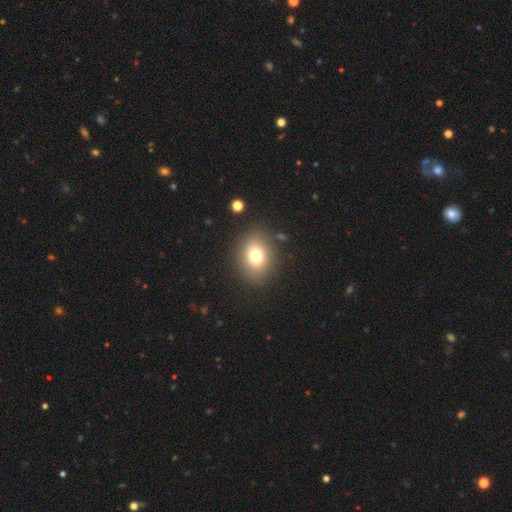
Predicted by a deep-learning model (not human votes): A smooth galaxy with no disk features (75%) that is round (51%).

Vote fractions:
- Smooth or featured? smooth: 75% / star or artifact: 13% / featured or disk: 12%
- How rounded? round: 51% / in between: 48% / cigar-shaped: 1%
- Merging? none: 86% / minor disturbance: 9% / major disturbance: 3% / merger: 2%